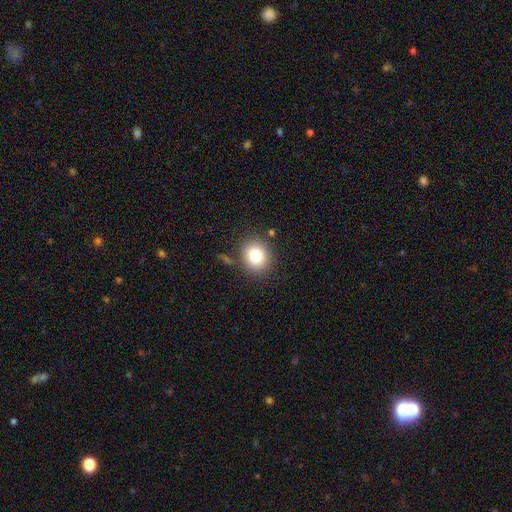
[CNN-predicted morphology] Overall: smooth (81%). How rounded: round (74%). Merging: none (82%).